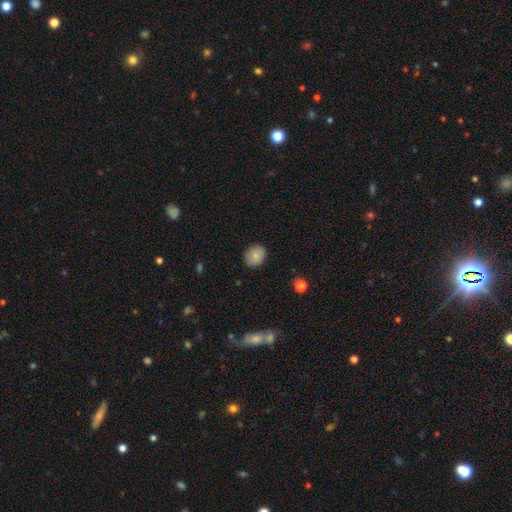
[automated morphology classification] The model was most divided on "how rounded": round: 67%, in between: 32%, cigar-shaped: 1%. More confident: merging — none (86%); smooth or featured — smooth (78%).